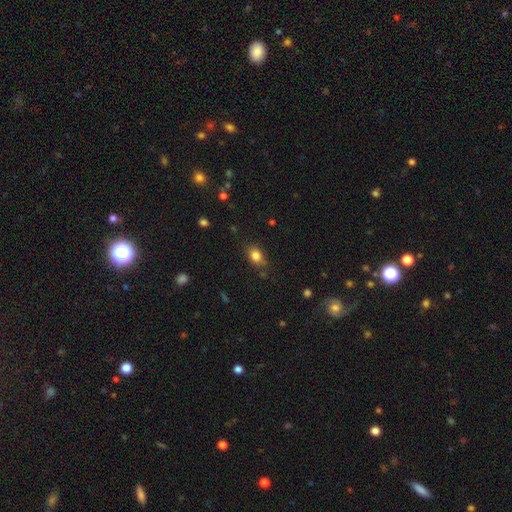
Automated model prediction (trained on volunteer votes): smooth-or-featured: smooth: 82% | star or artifact: 11% | featured or disk: 7%
  how-rounded: in between: 67% | round: 31% | cigar-shaped: 2%
  merging: none: 73% | minor disturbance: 19% | major disturbance: 5% | merger: 3%